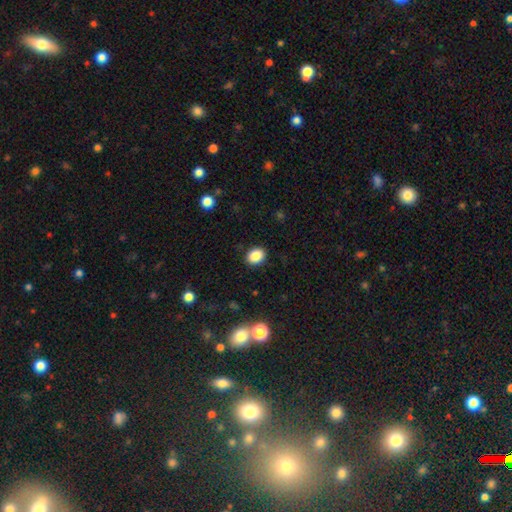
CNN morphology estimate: Smooth or featured: smooth — 86% (star or artifact — 10%)
How rounded: in between — 57% (round — 42%)
Merging: none — 89% (minor disturbance — 7%)